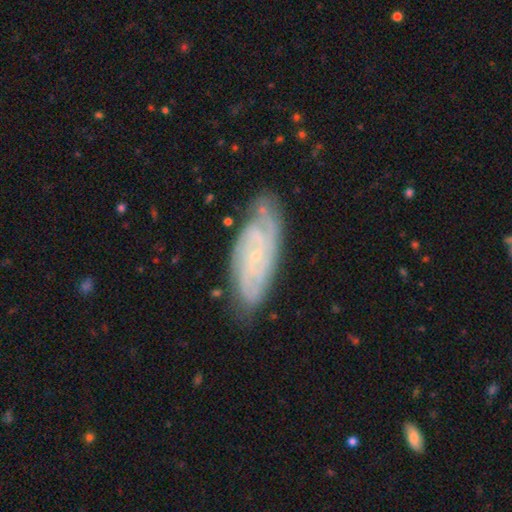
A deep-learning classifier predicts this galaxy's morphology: The model was most divided on "spiral arm count": can't tell: 27%, 3: 25%, 2: 21%, 4: 16%, more than 4: 6%, 1: 5%. More confident: spiral arms — yes (96%); edge-on disk — no (92%); bulge size — small (83%); smooth or featured — featured or disk (81%); merging — none (75%); bar — no (67%); spiral winding — tight (63%).